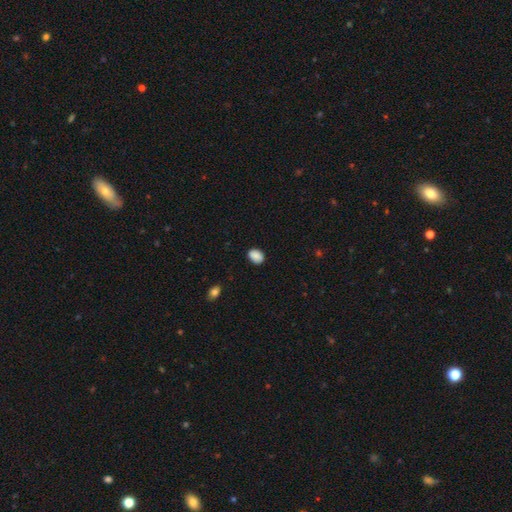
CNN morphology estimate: smooth-or-featured: smooth: 88% | star or artifact: 8% | featured or disk: 4%
  how-rounded: in between: 61% | round: 38% | cigar-shaped: 1%
  merging: none: 83% | minor disturbance: 13% | major disturbance: 3% | merger: 1%